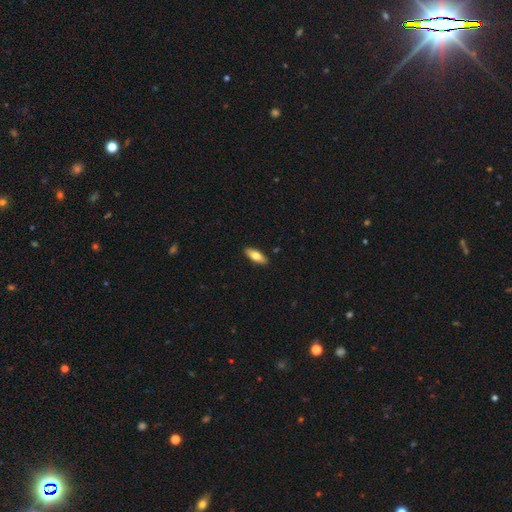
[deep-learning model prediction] smooth 74%, featured or disk 21%, star or artifact 6%. Down the decision tree: how rounded — in between (65%); merging — none (89%).